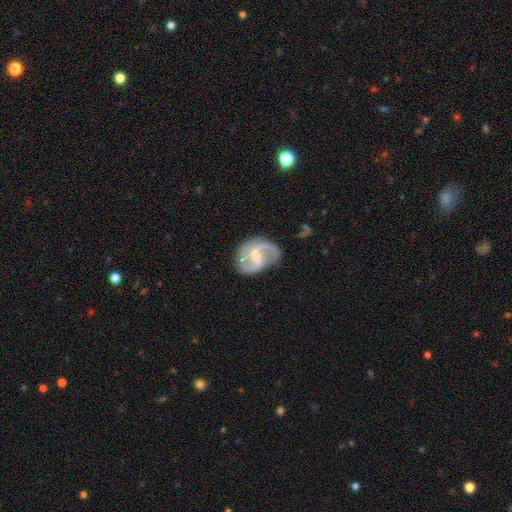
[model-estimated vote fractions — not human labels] Smooth or featured: featured or disk — 87% (smooth — 8%)
Edge-on disk: no — 98% (yes — 2%)
Bar: weak — 50% (no — 30%)
Spiral arms: yes — 96% (no — 4%)
Spiral winding: medium — 45% (loose — 43%)
Spiral arm count: 2 — 85% (can't tell — 4%)
Bulge size: small — 65% (moderate — 30%)
Merging: none — 68% (minor disturbance — 20%)